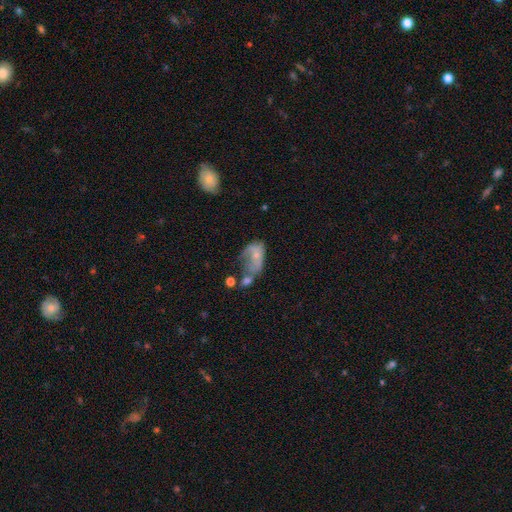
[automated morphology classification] Overall: featured or disk (46%; smooth 44%). Merging: major disturbance (40%; merger 23%).